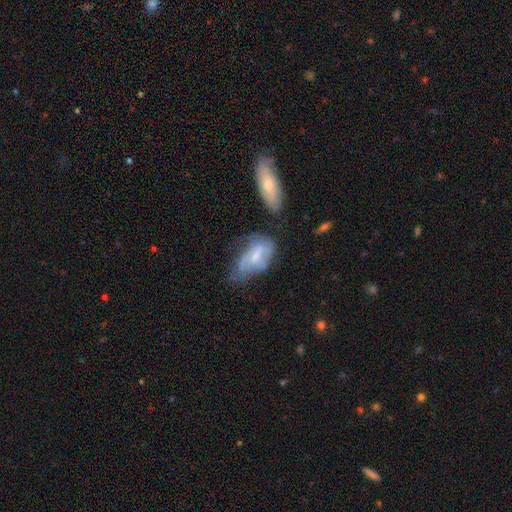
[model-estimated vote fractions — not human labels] A featured or disk galaxy (50%).

Vote fractions:
- Smooth or featured? featured or disk: 50% / smooth: 42% / star or artifact: 8%
- Merging? none: 32% / minor disturbance: 31% / major disturbance: 27% / merger: 10%